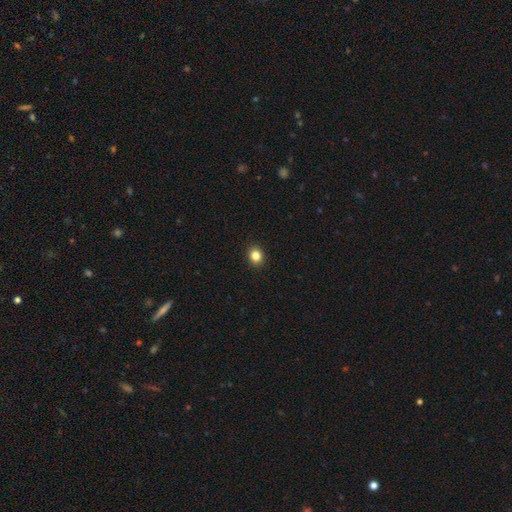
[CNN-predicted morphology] Smooth or featured?
  - smooth: 83% *
  - star or artifact: 12%
  - featured or disk: 5%
How rounded?
  - round: 66% *
  - in between: 33%
  - cigar-shaped: 1%
Merging?
  - none: 92% *
  - minor disturbance: 6%
  - major disturbance: 2%
  - merger: 1%